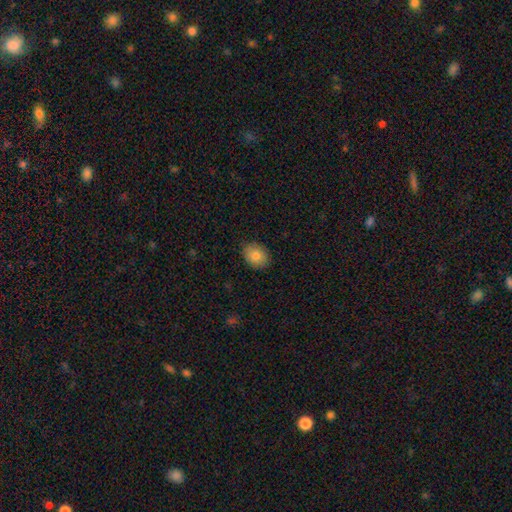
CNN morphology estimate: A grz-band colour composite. It shows a smooth galaxy with no disk features (83%) that is in between round and cigar-shaped (54%). Merging: none (85%).